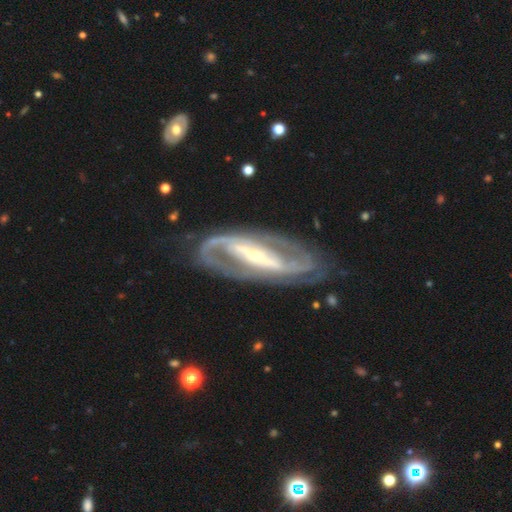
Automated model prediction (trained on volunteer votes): Smooth or featured? Predicted: featured or disk (p=0.90). Edge-on disk? Predicted: no (p=0.93). Bar? Predicted: strong (p=0.69). Spiral arms? Predicted: yes (p=0.95). Spiral winding? Predicted: medium (p=0.45). Spiral arm count? Predicted: 2 (p=0.83). Bulge size? Predicted: small (p=0.72). Merging? Predicted: none (p=0.74).